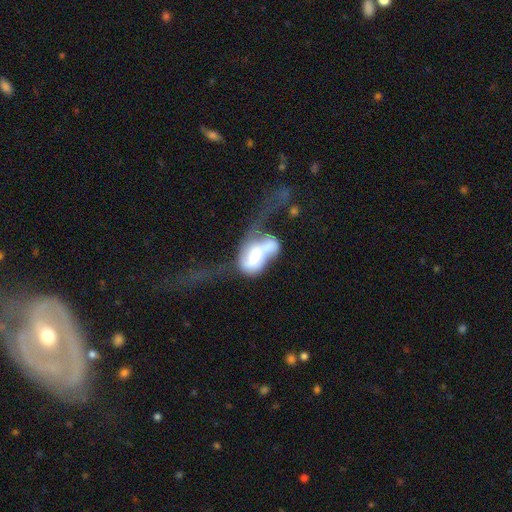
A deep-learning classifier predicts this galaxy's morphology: A smooth galaxy with no disk features (46%, tied with featured or disk). Merging: merger (54%).